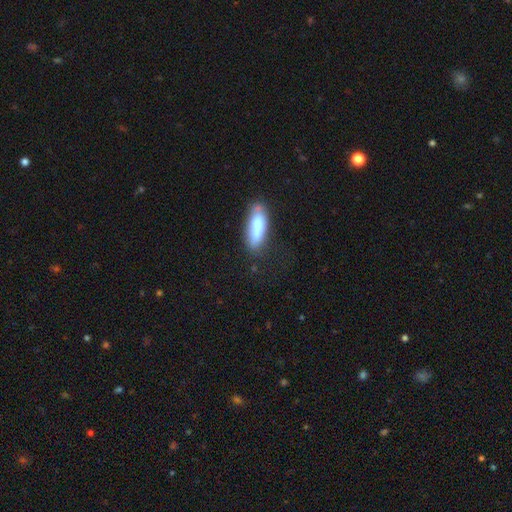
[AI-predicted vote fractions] smooth-or-featured: smooth: 61% | featured or disk: 25% | star or artifact: 14%
  how-rounded: in between: 54% | cigar-shaped: 42% | round: 4%
  merging: none: 76% | minor disturbance: 15% | major disturbance: 6% | merger: 3%